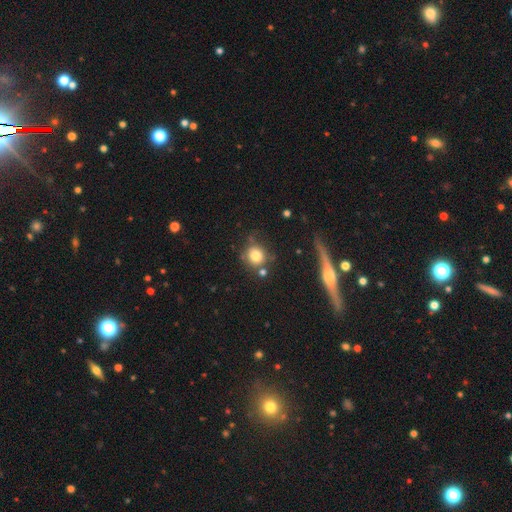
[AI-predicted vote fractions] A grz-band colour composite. It shows a smooth galaxy with no disk features (79%) that is round (87%). Merging: none (67%).